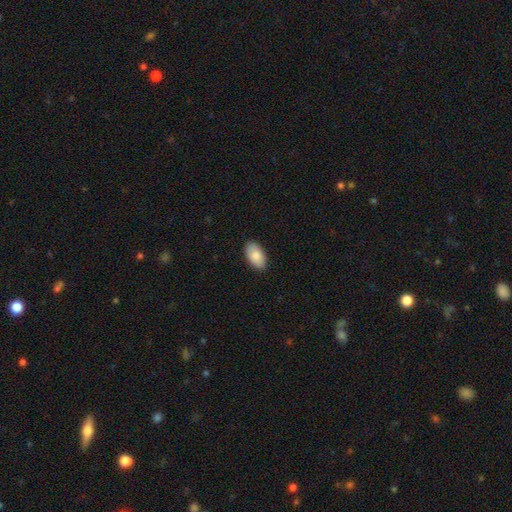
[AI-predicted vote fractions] Smooth or featured: smooth — 86% (featured or disk — 8%)
How rounded: in between — 95% (round — 3%)
Merging: none — 89% (minor disturbance — 9%)